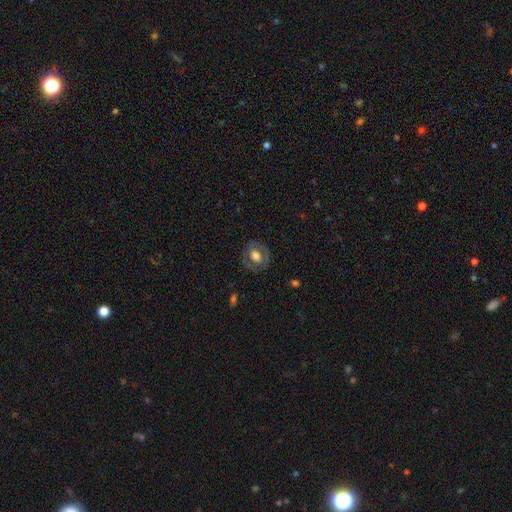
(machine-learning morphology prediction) A smooth galaxy with no disk features (55%) that is round (56%). Merging: none (79%).